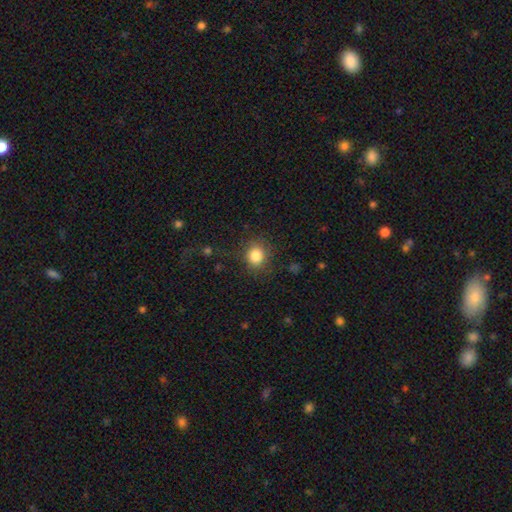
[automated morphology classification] A smooth galaxy with no disk features (84%) that is round (79%).

Vote fractions:
- Smooth or featured? smooth: 84% / star or artifact: 11% / featured or disk: 5%
- How rounded? round: 79% / in between: 20% / cigar-shaped: 1%
- Merging? none: 81% / minor disturbance: 11% / major disturbance: 6% / merger: 2%